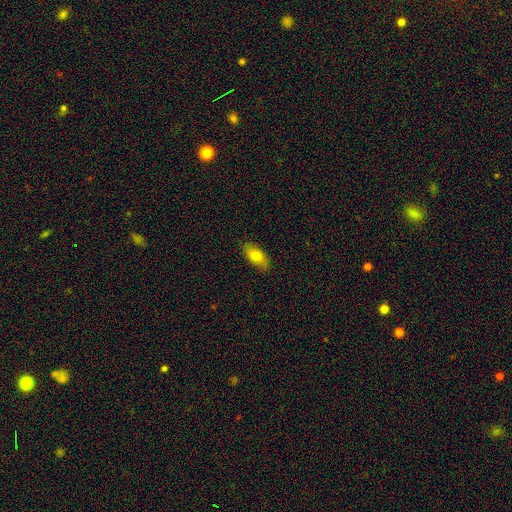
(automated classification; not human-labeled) This appears to be a smooth galaxy with no disk features (76%) that is in between round and cigar-shaped (90%). Merging: none (84%).